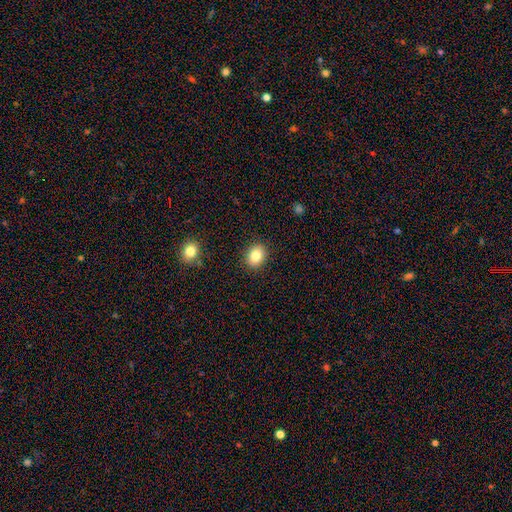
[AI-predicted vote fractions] Smooth or featured?
  - smooth: 84% *
  - star or artifact: 9%
  - featured or disk: 7%
How rounded?
  - in between: 59% *
  - round: 40%
  - cigar-shaped: 1%
Merging?
  - none: 89% *
  - minor disturbance: 7%
  - major disturbance: 2%
  - merger: 1%